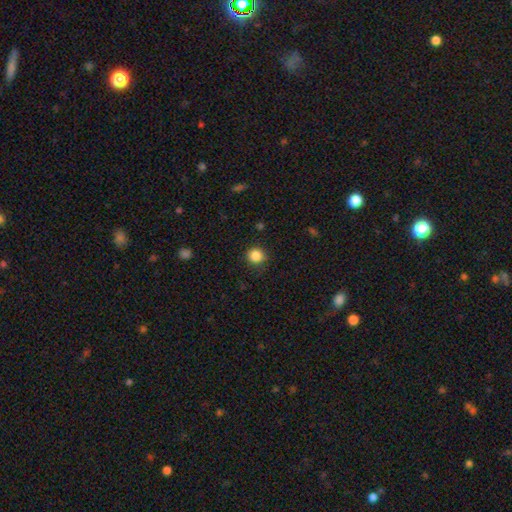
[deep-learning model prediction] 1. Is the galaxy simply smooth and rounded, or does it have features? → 85% smooth, 11% star or artifact, 4% featured or disk.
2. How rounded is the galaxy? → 90% round, 9% in between, 1% cigar-shaped.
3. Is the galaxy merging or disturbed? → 87% none, 9% minor disturbance, 2% major disturbance, 1% merger.